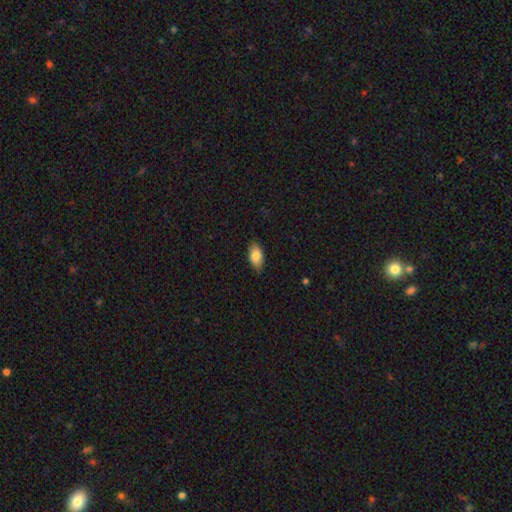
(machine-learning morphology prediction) Smooth or featured: smooth — 82% (featured or disk — 11%)
How rounded: in between — 92% (round — 4%)
Merging: none — 83% (minor disturbance — 14%)